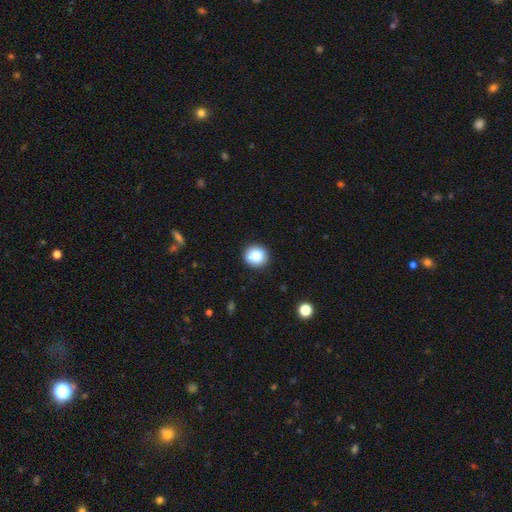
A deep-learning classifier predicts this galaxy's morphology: This appears to be a smooth galaxy with no disk features (84%) that is round (86%). Merging: none (91%).